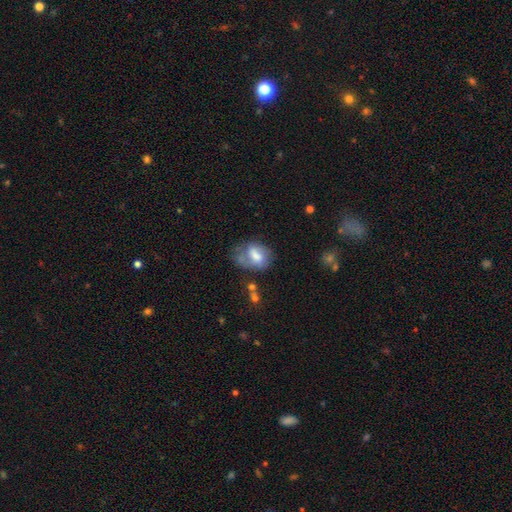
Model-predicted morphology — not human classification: Smooth or featured? smooth (57%)
How rounded? in between (73%)
Merging? none (36%)